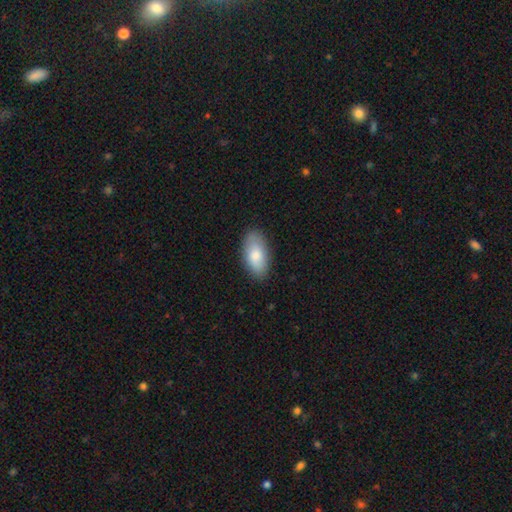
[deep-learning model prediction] This is clearly a smooth galaxy (82%). How rounded: clearly in between (93%). Merging: clearly none (85%).